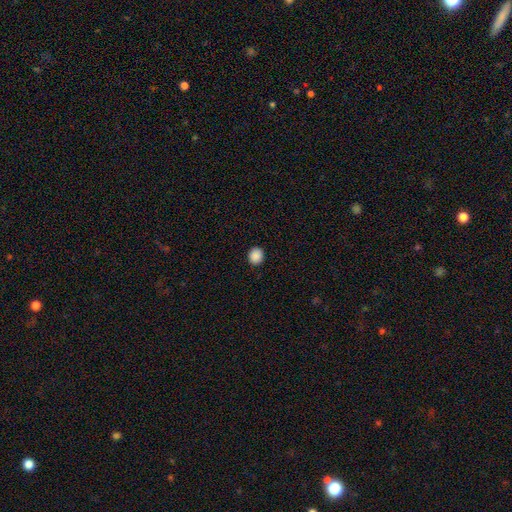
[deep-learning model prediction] A smooth galaxy with no disk features (89%) that is round (79%). Merging: none (91%).